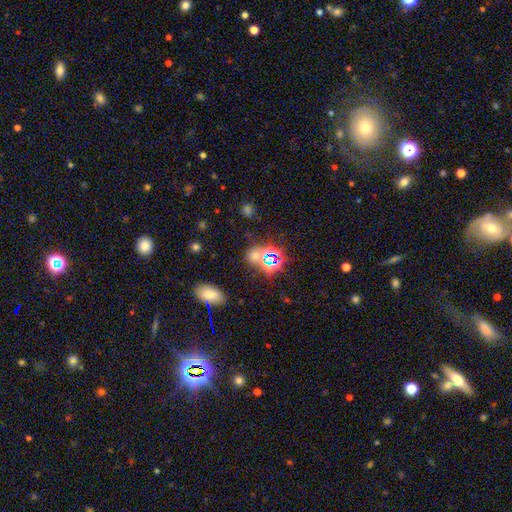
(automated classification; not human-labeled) Smooth or featured? star or artifact (48%)